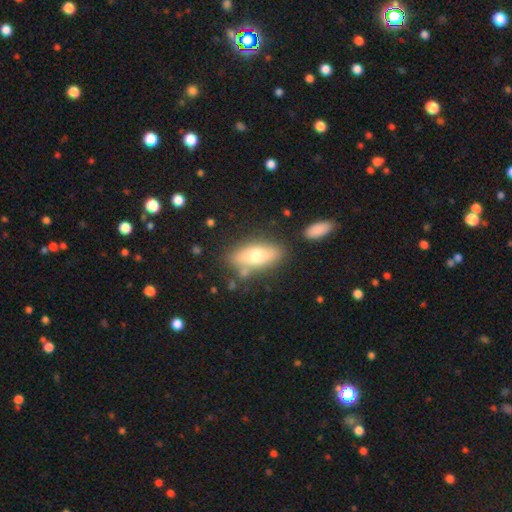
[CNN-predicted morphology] Smooth or featured: smooth — 66% (featured or disk — 27%)
How rounded: in between — 75% (cigar-shaped — 22%)
Merging: none — 74% (minor disturbance — 15%)